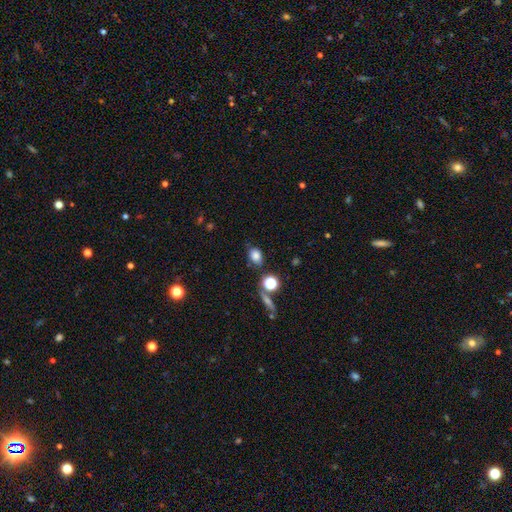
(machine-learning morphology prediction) This appears to be a smooth galaxy with no disk features (79%) that is in between round and cigar-shaped (63%). Merging: none (71%).